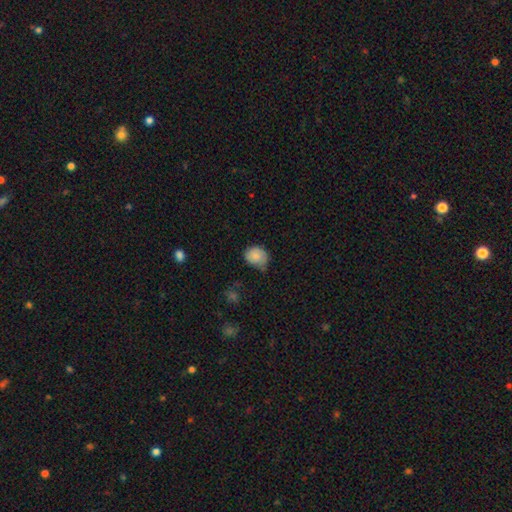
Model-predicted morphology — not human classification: Smooth or featured? Predicted: smooth (p=0.78). How rounded? Predicted: round (p=0.55). Merging? Predicted: none (p=0.58).